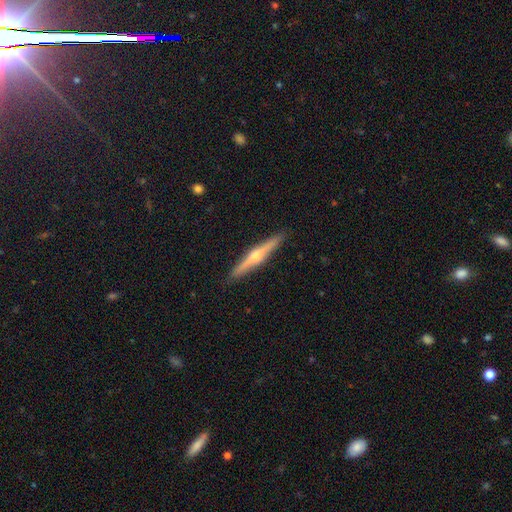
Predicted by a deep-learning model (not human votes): featured or disk 70%, smooth 24%, star or artifact 5%. Down the decision tree: edge-on disk — yes (98%); edge-on bulge — rounded (90%); merging — none (92%).